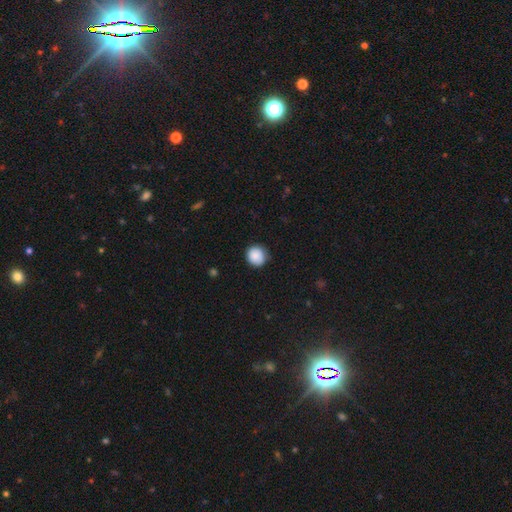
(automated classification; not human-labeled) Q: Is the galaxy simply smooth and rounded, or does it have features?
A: smooth — 88%.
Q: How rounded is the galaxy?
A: round — 90%.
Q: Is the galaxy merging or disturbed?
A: none — 84%.